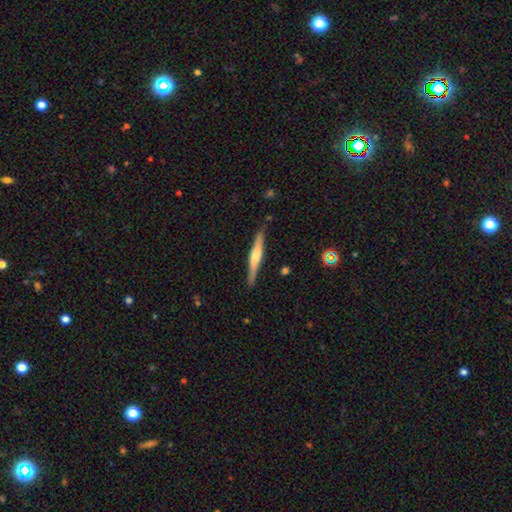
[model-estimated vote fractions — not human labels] smooth_or_featured: featured or disk (p=0.53) [alt: smooth p=0.41]
disk_edge_on: yes (p=0.96) [alt: no p=0.04]
edge_on_bulge: rounded (p=0.52) [alt: boxy p=0.27]
merging: none (p=0.86) [alt: minor disturbance p=0.10]